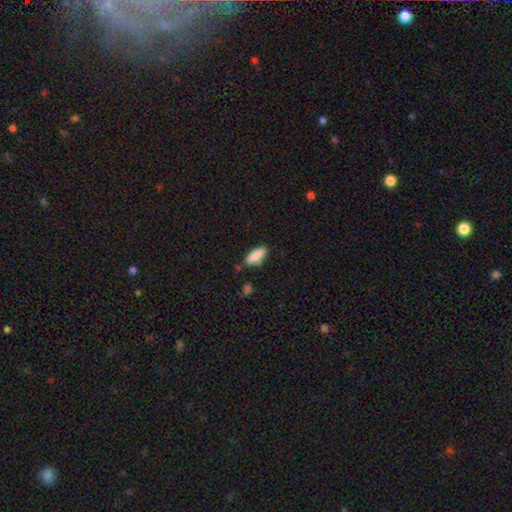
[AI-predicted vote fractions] Smooth or featured: smooth — 87% (star or artifact — 6%)
How rounded: in between — 72% (cigar-shaped — 26%)
Merging: none — 75% (minor disturbance — 17%)